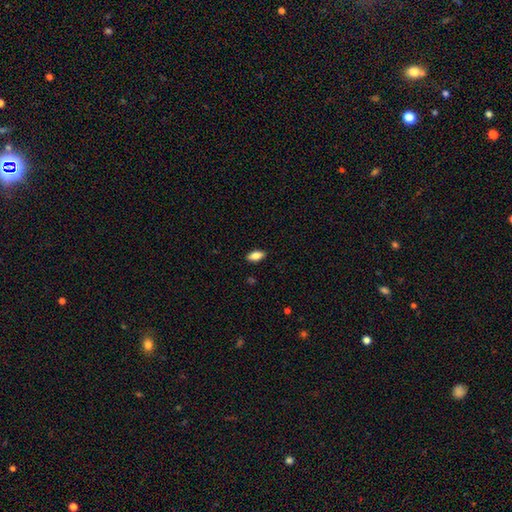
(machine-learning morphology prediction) smooth_or_featured: smooth (p=0.81) [alt: featured or disk p=0.11]
how_rounded: in between (p=0.89) [alt: cigar-shaped p=0.08]
merging: none (p=0.89) [alt: minor disturbance p=0.09]